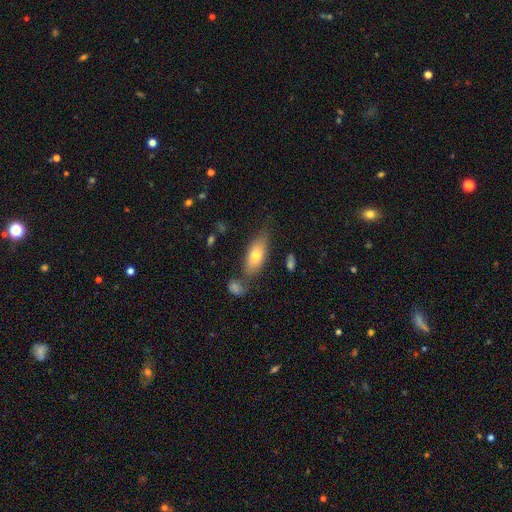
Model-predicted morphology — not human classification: This is likely a smooth galaxy (70%). How rounded: likely in between (78%). Merging: likely none (66%).